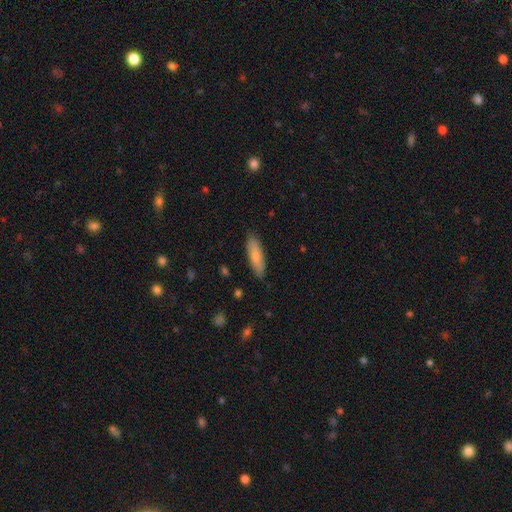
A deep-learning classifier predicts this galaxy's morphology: Overall: smooth (76%). How rounded: cigar-shaped (55%; in between 43%). Merging: none (86%).